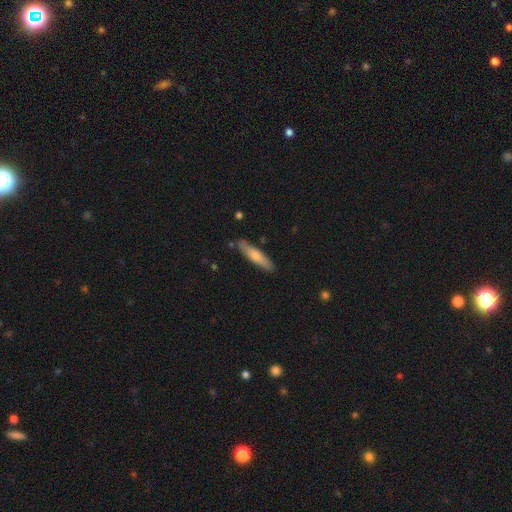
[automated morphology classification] Smooth or featured?
  - smooth: 65% *
  - featured or disk: 29%
  - star or artifact: 6%
How rounded?
  - cigar-shaped: 80% *
  - in between: 19%
  - round: 2%
Merging?
  - none: 85% *
  - minor disturbance: 11%
  - merger: 2%
  - major disturbance: 2%